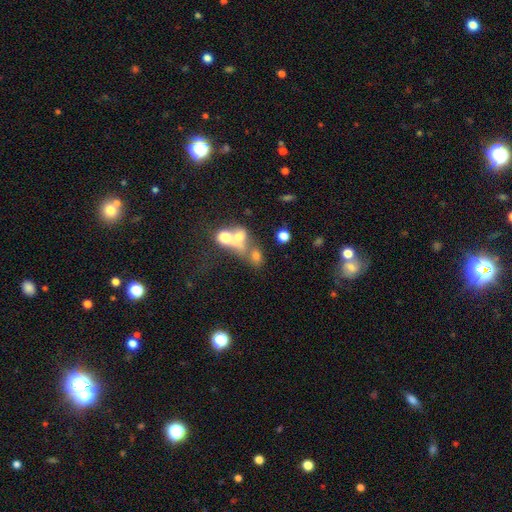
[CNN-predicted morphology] Smooth or featured? Predicted: smooth (p=0.66). How rounded? Predicted: in between (p=0.54). Merging? Predicted: merger (p=0.59).